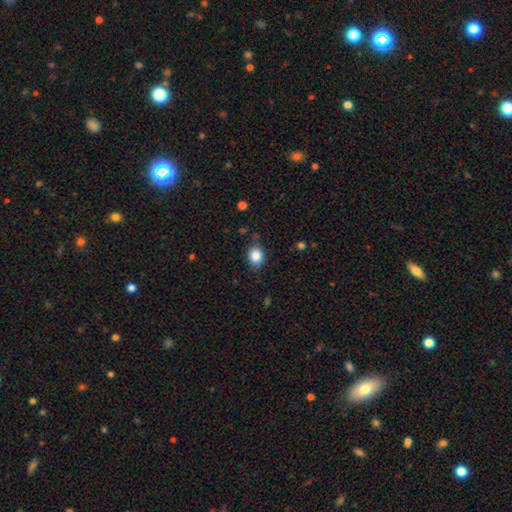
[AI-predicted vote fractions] Smooth or featured? Predicted: smooth (p=0.86). How rounded? Predicted: in between (p=0.51). Merging? Predicted: none (p=0.80).